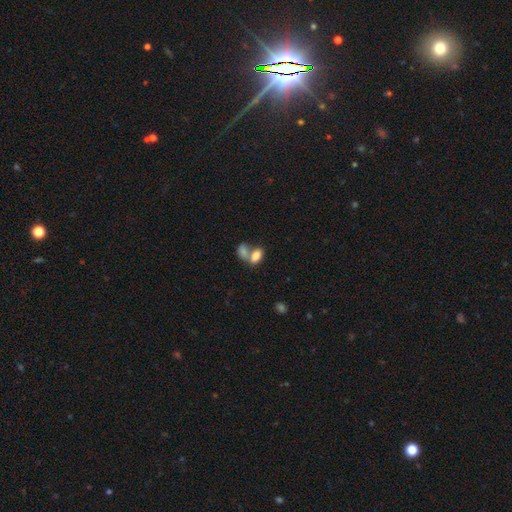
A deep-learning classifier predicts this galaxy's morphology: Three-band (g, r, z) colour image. It shows a smooth galaxy with no disk features (81%) that is in between round and cigar-shaped (91%). Merging: merger (56%).